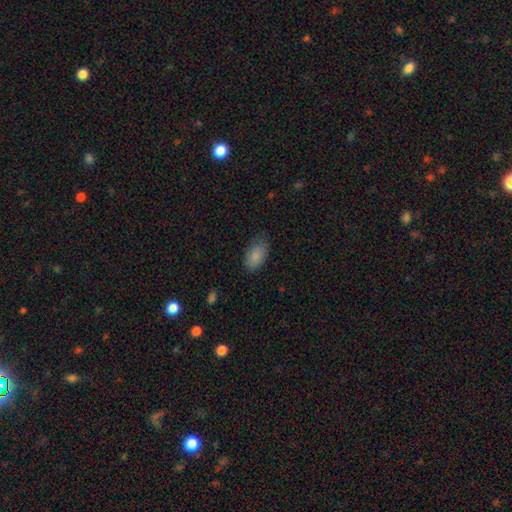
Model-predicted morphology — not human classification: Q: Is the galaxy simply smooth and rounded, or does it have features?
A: smooth — 87%.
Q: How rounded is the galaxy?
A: in between — 93%.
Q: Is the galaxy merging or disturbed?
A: none — 72%.